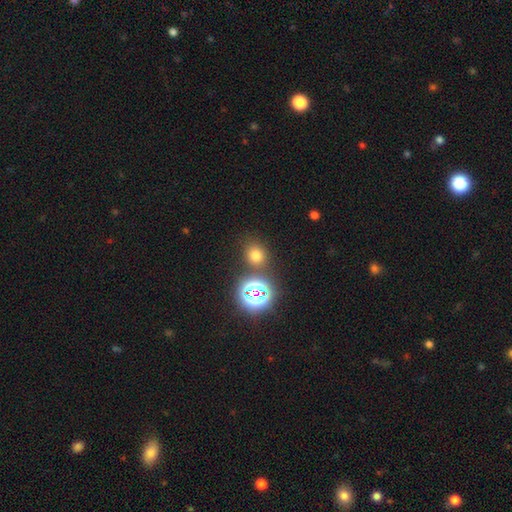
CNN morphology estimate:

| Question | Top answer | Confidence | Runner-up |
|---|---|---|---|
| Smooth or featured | smooth | 67% | star or artifact (26%) |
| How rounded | round | 76% | in between (23%) |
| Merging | none | 78% | merger (10%) |